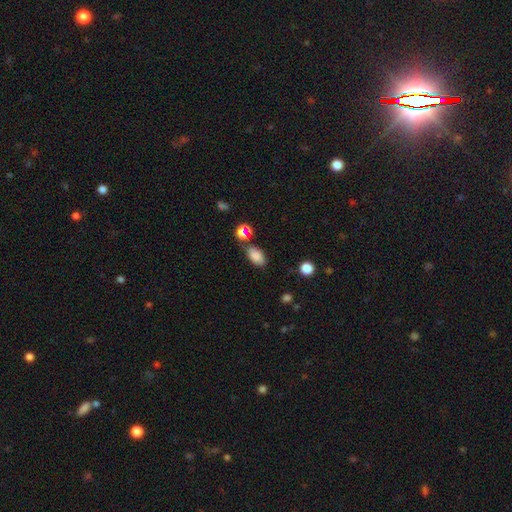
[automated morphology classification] Overall: smooth (82%). How rounded: in between (89%). Merging: none (68%).